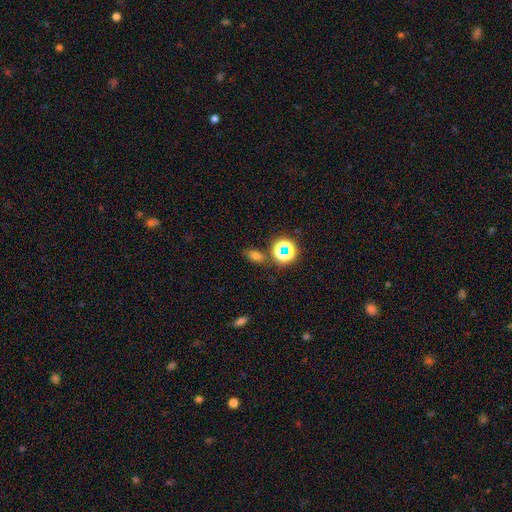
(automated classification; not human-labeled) smooth-or-featured: smooth: 63% | star or artifact: 28% | featured or disk: 10%
  how-rounded: in between: 72% | round: 24% | cigar-shaped: 3%
  merging: none: 73% | minor disturbance: 15% | merger: 7% | major disturbance: 5%